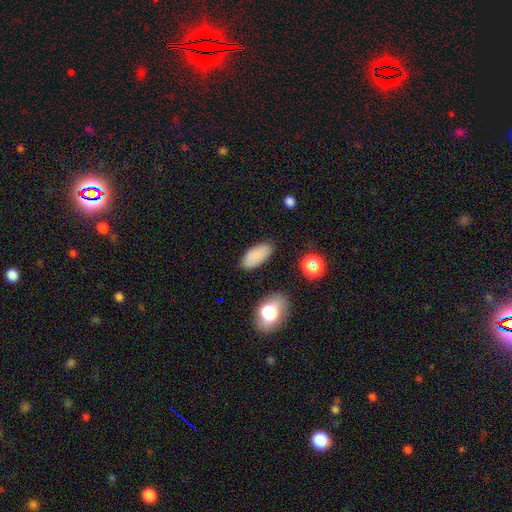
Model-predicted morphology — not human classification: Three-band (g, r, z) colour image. It shows a smooth galaxy with no disk features (84%) that is in between round and cigar-shaped (90%). Merging: none (83%).